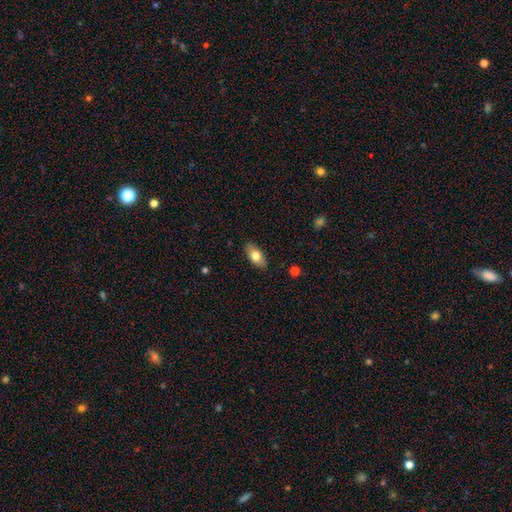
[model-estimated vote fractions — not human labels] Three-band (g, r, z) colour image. It shows a smooth galaxy with no disk features (75%) that is in between round and cigar-shaped (89%). Merging: none (87%).